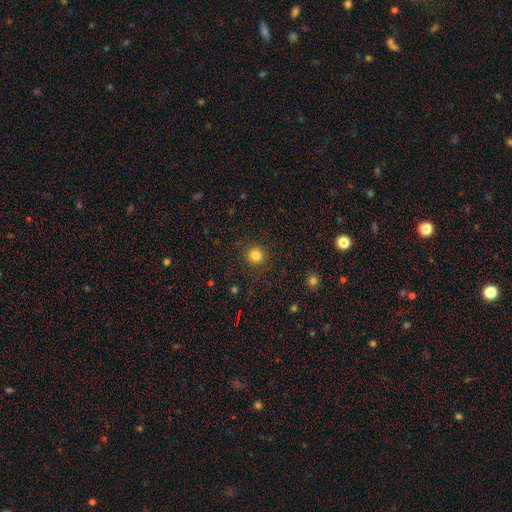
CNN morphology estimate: smooth-or-featured: smooth: 82% | star or artifact: 13% | featured or disk: 5%
  how-rounded: round: 93% | in between: 6% | cigar-shaped: 1%
  merging: none: 90% | minor disturbance: 6% | major disturbance: 2% | merger: 1%